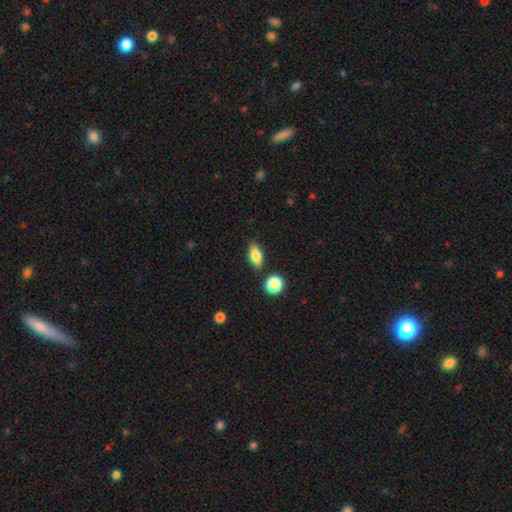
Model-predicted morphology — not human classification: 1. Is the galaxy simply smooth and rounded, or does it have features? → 75% smooth, 16% featured or disk, 9% star or artifact.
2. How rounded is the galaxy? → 77% in between, 14% cigar-shaped, 9% round.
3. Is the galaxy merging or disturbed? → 83% none, 10% minor disturbance, 4% merger, 3% major disturbance.